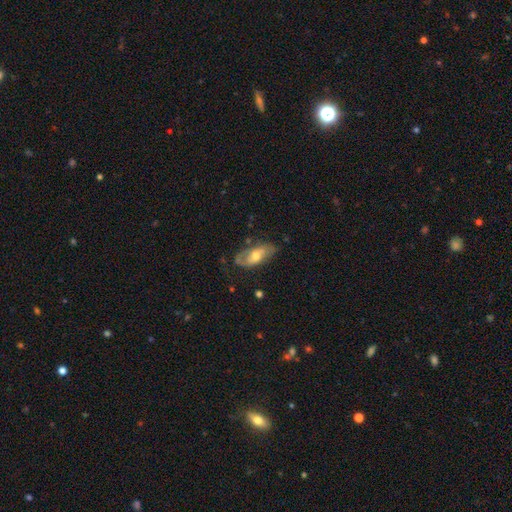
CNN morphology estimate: type=featured or disk (55%); edge-on=no (85%); merging=none (60%).